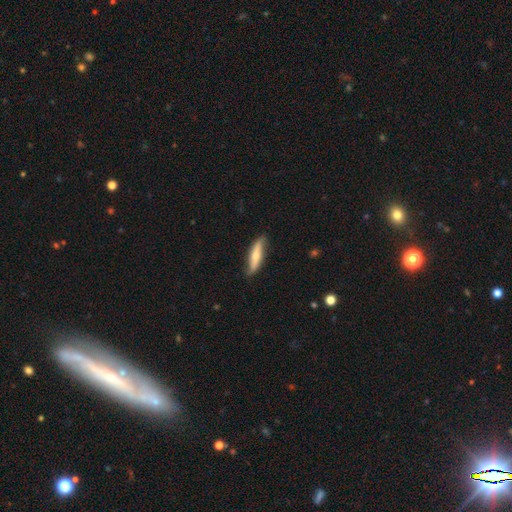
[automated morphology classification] smooth_or_featured: smooth (p=0.53) [alt: featured or disk p=0.41]
how_rounded: cigar-shaped (p=0.76) [alt: in between p=0.22]
merging: none (p=0.80) [alt: minor disturbance p=0.16]